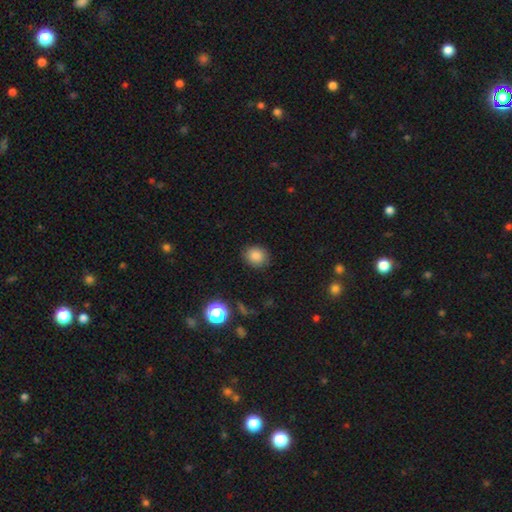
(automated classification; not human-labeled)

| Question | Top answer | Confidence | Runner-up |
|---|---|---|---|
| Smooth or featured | smooth | 85% | star or artifact (11%) |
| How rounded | round | 66% | in between (33%) |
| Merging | none | 86% | minor disturbance (10%) |